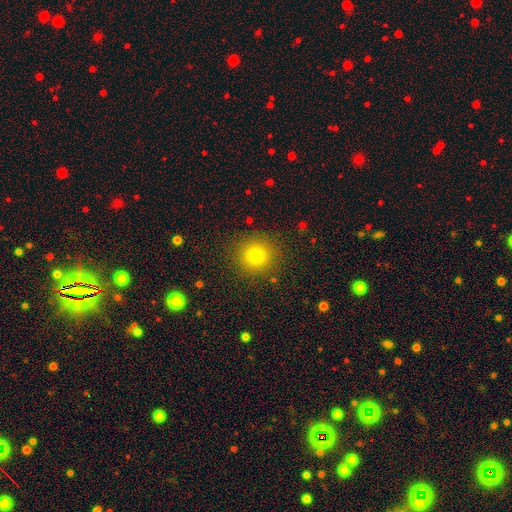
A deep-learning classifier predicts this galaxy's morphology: Overall: smooth (76%). How rounded: round (93%). Merging: none (89%).